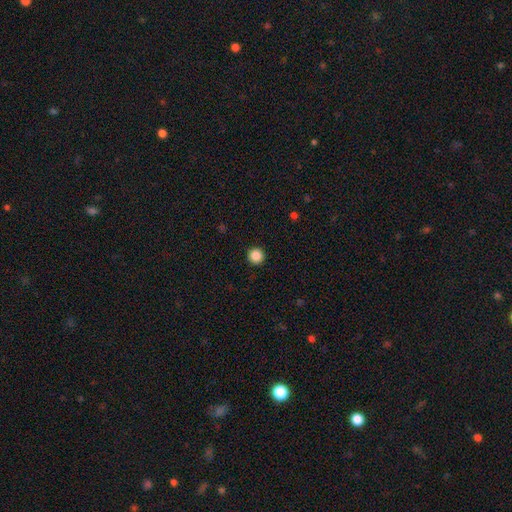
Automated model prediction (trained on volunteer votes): Morphology: type=smooth (87%); roundness=round (96%); merging=none (94%).